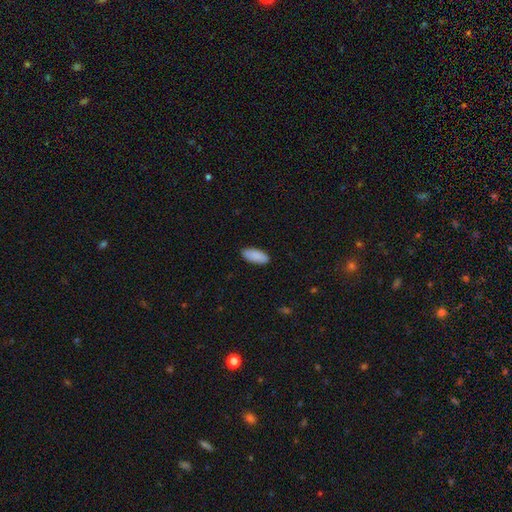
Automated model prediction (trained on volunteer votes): Overall: smooth (90%). How rounded: in between (86%). Merging: none (89%).